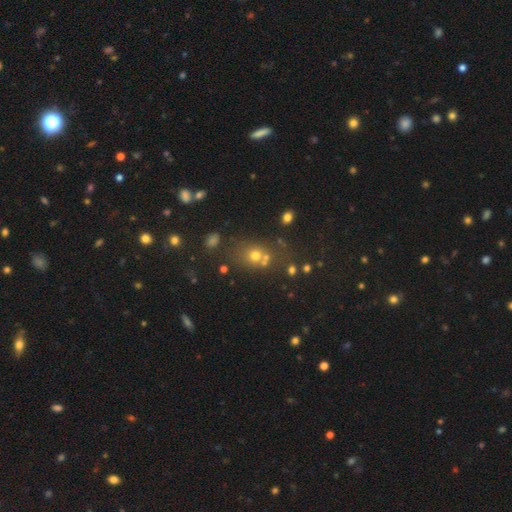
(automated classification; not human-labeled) Smooth or featured?
  - smooth: 56% *
  - star or artifact: 30%
  - featured or disk: 14%
How rounded?
  - round: 69% *
  - in between: 29%
  - cigar-shaped: 2%
Merging?
  - none: 56% *
  - merger: 27%
  - minor disturbance: 11%
  - major disturbance: 6%